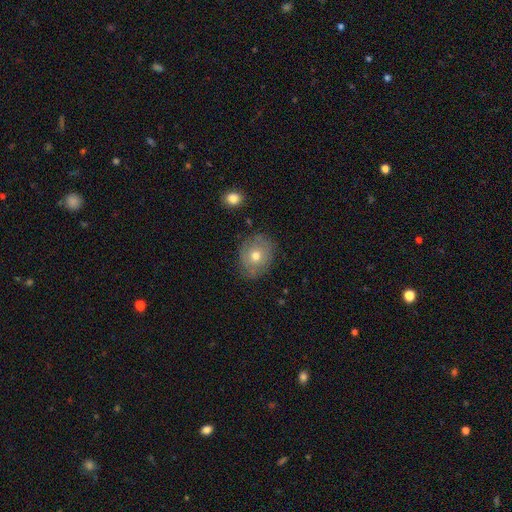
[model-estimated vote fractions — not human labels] Smooth or featured? smooth (60%)
How rounded? round (60%)
Merging? none (77%)